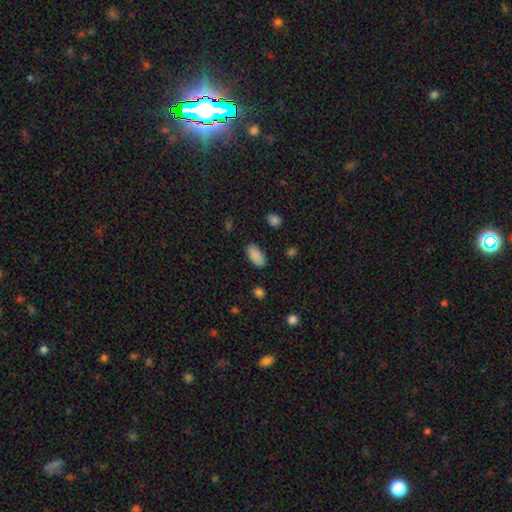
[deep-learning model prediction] The model was most divided on "merging": none: 87%, minor disturbance: 9%, major disturbance: 2%, merger: 1%. More confident: how rounded — in between (90%); smooth or featured — smooth (88%).